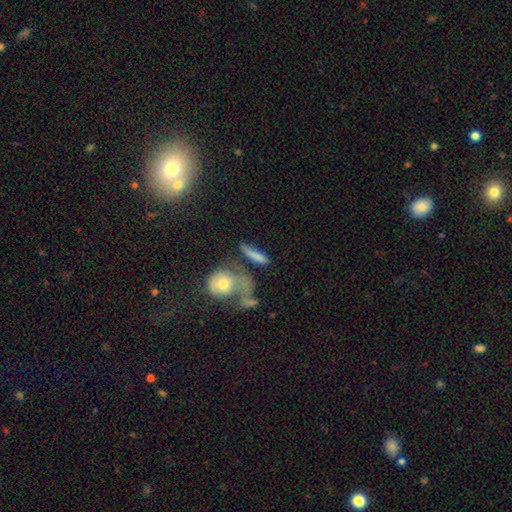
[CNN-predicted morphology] Q: Smooth or featured?
A: smooth (72%); runner-up: featured or disk (20%)
Q: How rounded?
A: cigar-shaped (62%); runner-up: in between (31%)
Q: Merging?
A: none (44%); runner-up: merger (28%)